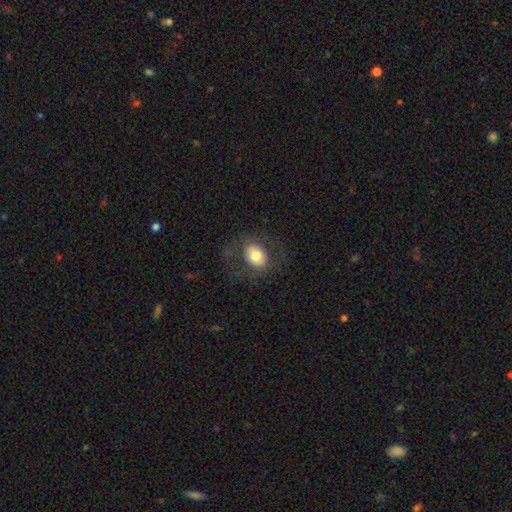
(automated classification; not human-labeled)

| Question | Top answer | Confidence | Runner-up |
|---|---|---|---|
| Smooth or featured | smooth | 70% | featured or disk (22%) |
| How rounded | in between | 61% | round (38%) |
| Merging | none | 72% | minor disturbance (15%) |